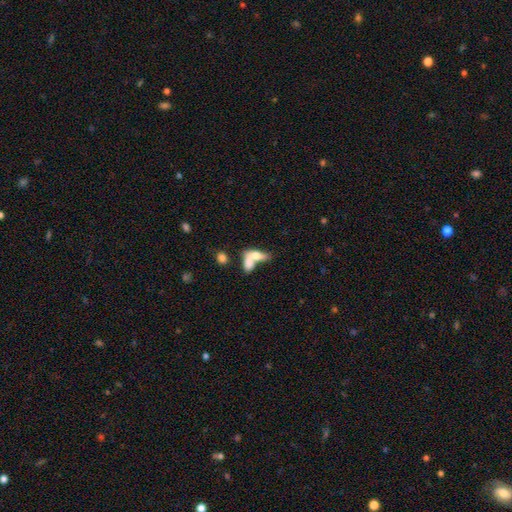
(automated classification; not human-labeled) A smooth galaxy with no disk features (64%) that is in between round and cigar-shaped (71%).

Vote fractions:
- Smooth or featured? smooth: 64% / featured or disk: 27% / star or artifact: 9%
- How rounded? in between: 71% / cigar-shaped: 19% / round: 10%
- Merging? merger: 64% / none: 19% / major disturbance: 9% / minor disturbance: 8%